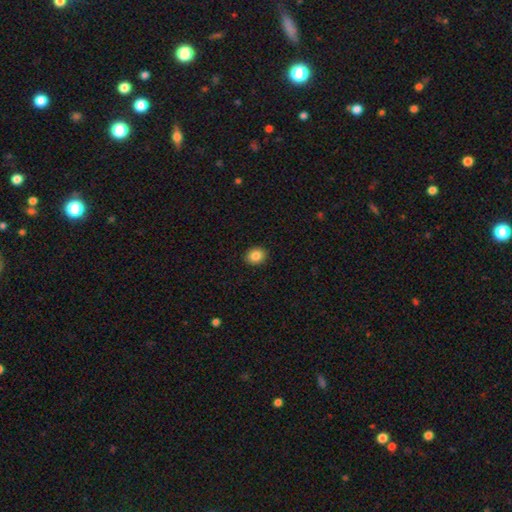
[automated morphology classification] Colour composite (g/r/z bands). It shows a smooth galaxy with no disk features (86%) that is round (57%). Merging: none (91%).